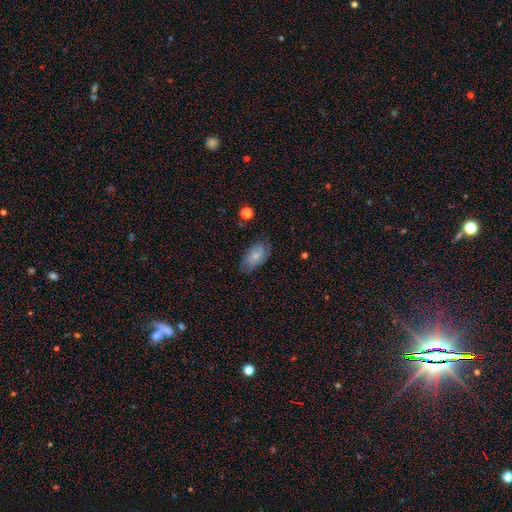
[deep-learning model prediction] Morphology: type=smooth (65%); roundness=in between (92%); merging=none (70%).